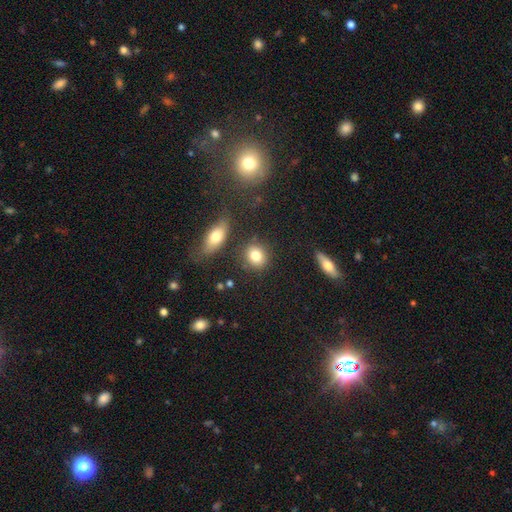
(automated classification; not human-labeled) The model was most divided on "how rounded": round: 63%, in between: 35%, cigar-shaped: 2%. More confident: smooth or featured — smooth (82%); merging — none (80%).